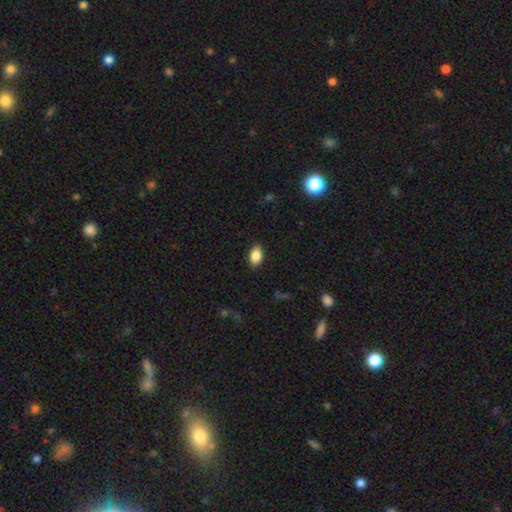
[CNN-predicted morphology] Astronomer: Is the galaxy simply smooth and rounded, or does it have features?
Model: smooth — 85%.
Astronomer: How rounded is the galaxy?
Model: in between — 90%.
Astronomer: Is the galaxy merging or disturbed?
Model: none — 88%.